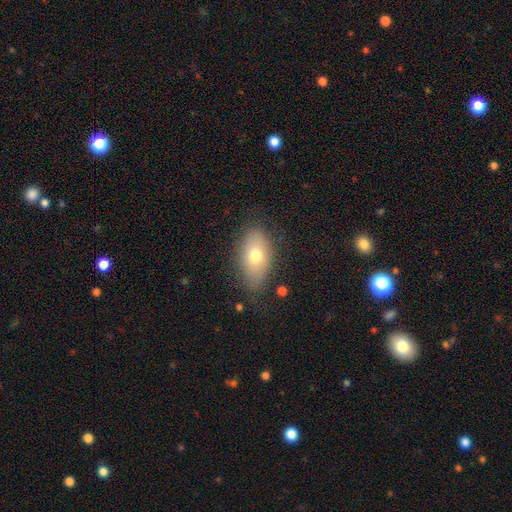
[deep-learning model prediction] smooth 71%, featured or disk 20%, star or artifact 9%. Down the decision tree: how rounded — in between (88%); merging — none (73%).